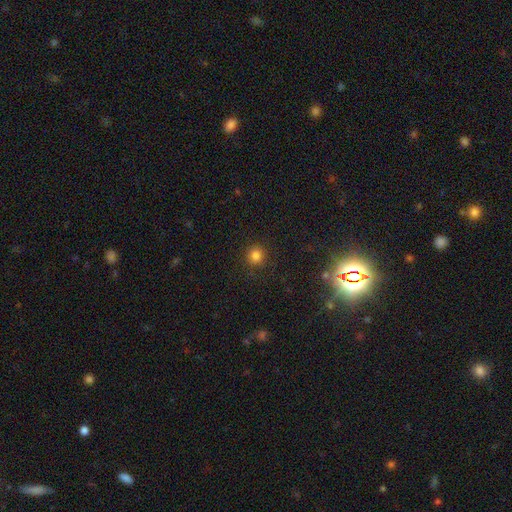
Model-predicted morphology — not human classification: Smooth or featured? smooth (82%)
How rounded? round (93%)
Merging? none (90%)